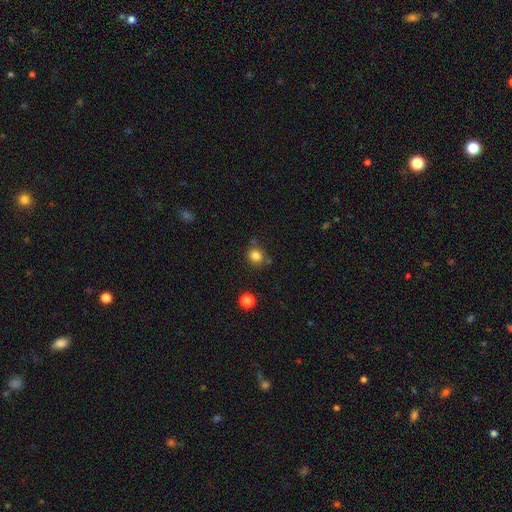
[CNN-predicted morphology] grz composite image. It shows a smooth galaxy with no disk features (82%) that is round (86%). Merging: none (77%).